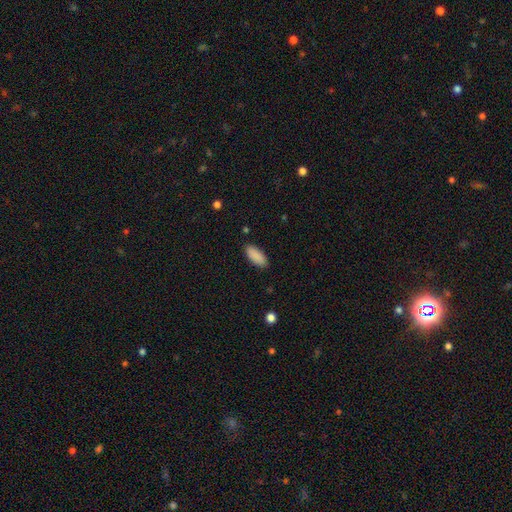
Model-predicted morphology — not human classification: smooth_or_featured: smooth (p=0.90) [alt: star or artifact p=0.06]
how_rounded: in between (p=0.82) [alt: cigar-shaped p=0.16]
merging: none (p=0.88) [alt: minor disturbance p=0.09]